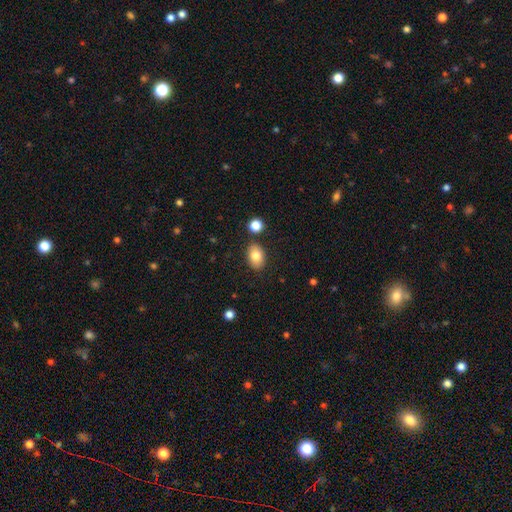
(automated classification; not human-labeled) This is clearly a smooth galaxy (81%). How rounded: clearly in between (85%). Merging: clearly none (84%).